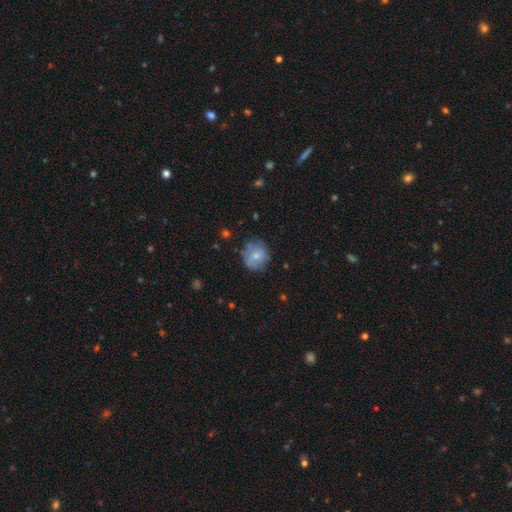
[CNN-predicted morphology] smooth_or_featured: smooth (p=0.59) [alt: featured or disk p=0.33]
how_rounded: round (p=0.82) [alt: in between p=0.17]
merging: none (p=0.68) [alt: minor disturbance p=0.22]